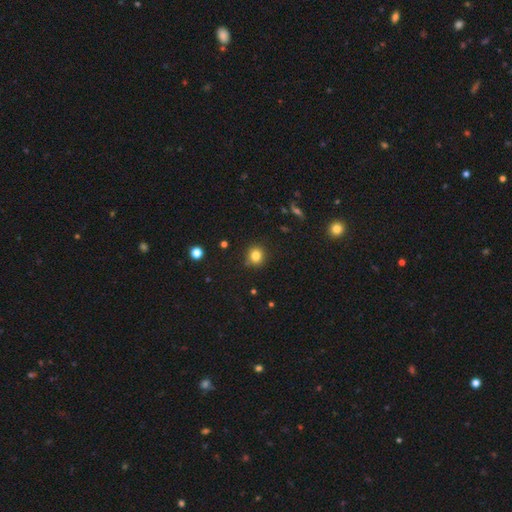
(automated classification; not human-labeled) This appears to be a smooth galaxy with no disk features (81%) that is round (87%). Merging: none (87%).